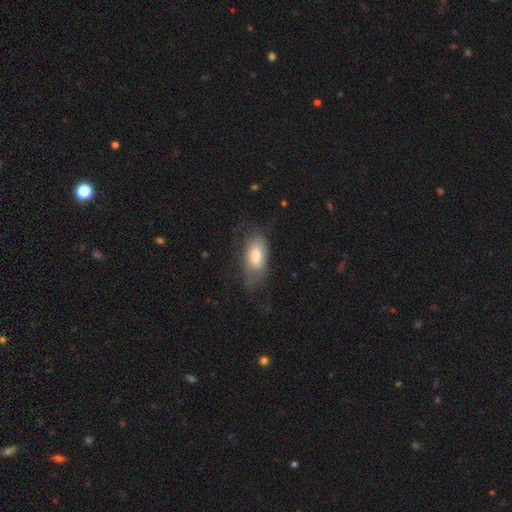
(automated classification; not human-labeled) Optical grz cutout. It shows a smooth galaxy with no disk features (67%) that is in between round and cigar-shaped (89%). Merging: none (51%).